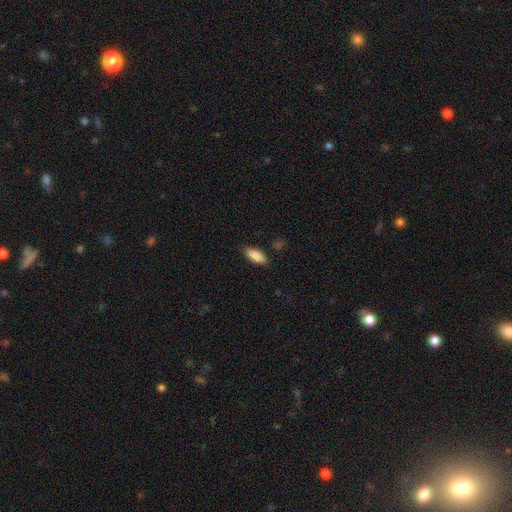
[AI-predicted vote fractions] Overall: smooth (88%). How rounded: in between (83%). Merging: none (83%).